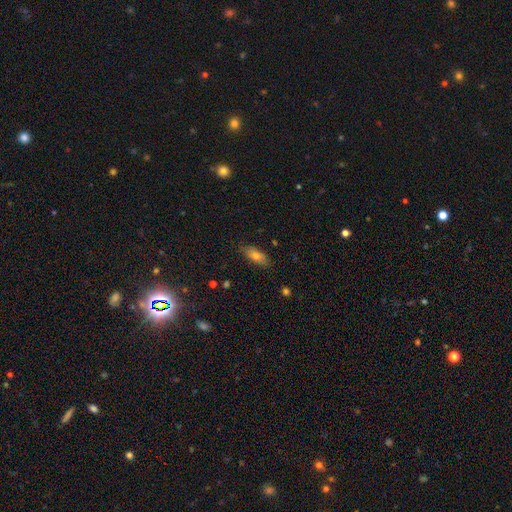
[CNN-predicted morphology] Smooth or featured: smooth — 71% (featured or disk — 19%)
How rounded: in between — 75% (cigar-shaped — 22%)
Merging: none — 84% (minor disturbance — 12%)